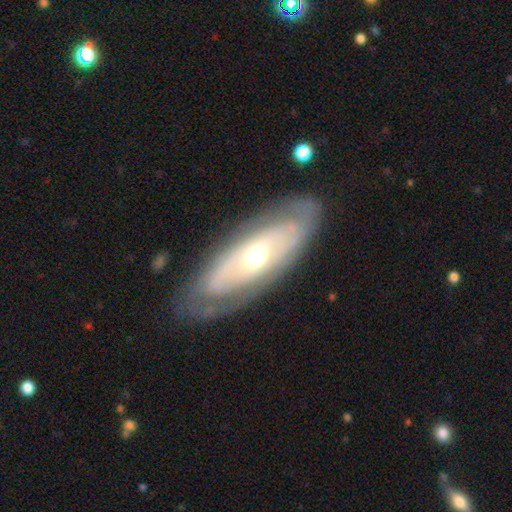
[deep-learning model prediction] A featured or disk galaxy (71%) with no bar (73%), no spiral arms (51%) and a moderate central bulge (68%).

Vote fractions:
- Smooth or featured? featured or disk: 71% / smooth: 24% / star or artifact: 5%
- Edge-on disk? no: 82% / yes: 18%
- Bar? no: 73% / weak: 19% / strong: 8%
- Spiral arms? no: 51% / yes: 49%
- Bulge size? moderate: 68% / small: 20% / large: 9% / dominant: 1% / none: 1%
- Merging? none: 78% / minor disturbance: 15% / major disturbance: 6% / merger: 1%